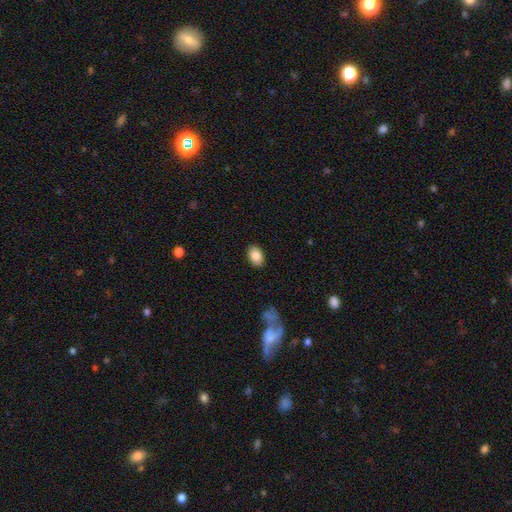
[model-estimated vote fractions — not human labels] This is clearly a smooth galaxy (86%). How rounded: clearly in between (83%). Merging: clearly none (87%).